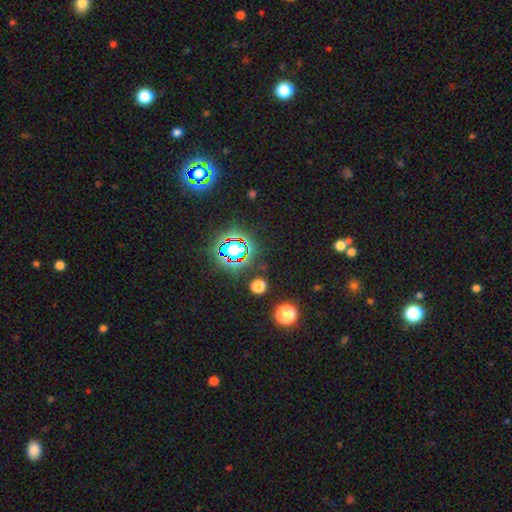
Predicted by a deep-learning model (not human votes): Q: Smooth or featured?
A: star or artifact (80%); runner-up: smooth (13%)